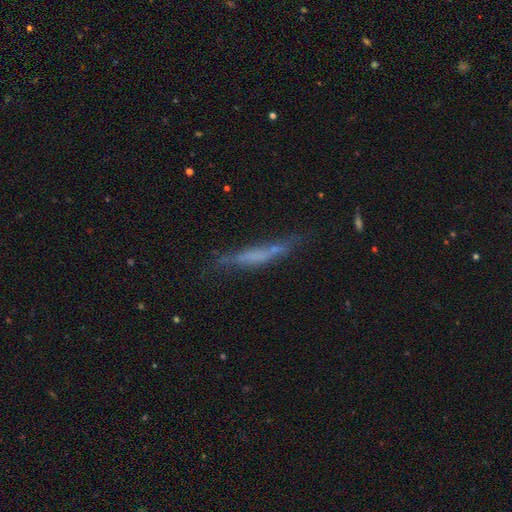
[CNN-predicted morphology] featured or disk 49%, smooth 41%, star or artifact 10%. Down the decision tree: merging — none (57%).